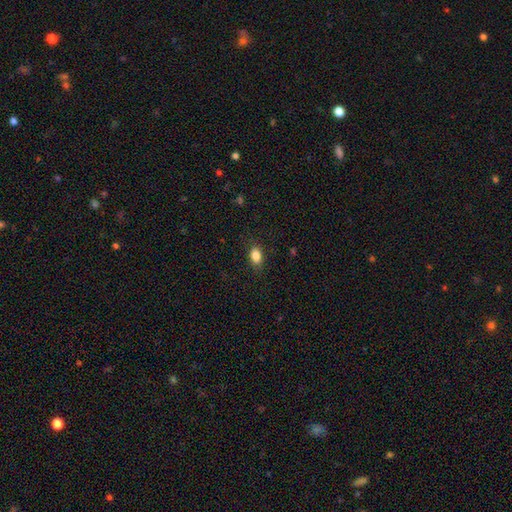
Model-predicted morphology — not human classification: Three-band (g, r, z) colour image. It shows a smooth galaxy with no disk features (86%) that is in between round and cigar-shaped (85%). Merging: none (85%).